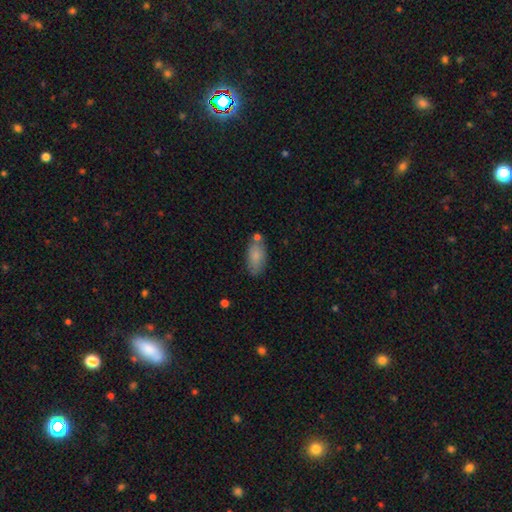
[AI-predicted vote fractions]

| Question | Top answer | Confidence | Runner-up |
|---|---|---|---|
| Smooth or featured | smooth | 83% | featured or disk (10%) |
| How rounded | in between | 91% | cigar-shaped (6%) |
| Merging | none | 66% | minor disturbance (18%) |